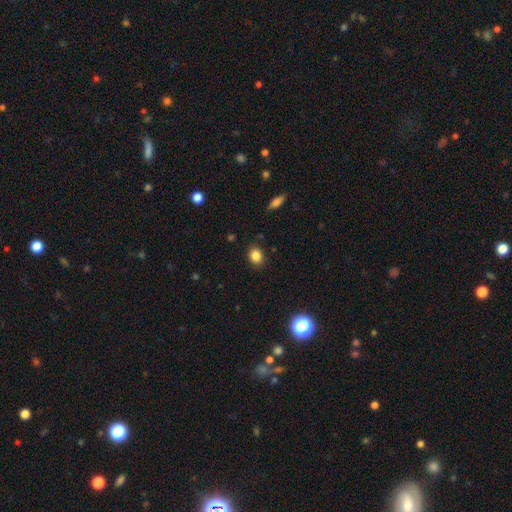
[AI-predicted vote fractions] Morphology: type=smooth (85%); roundness=in between (54%); merging=none (88%).